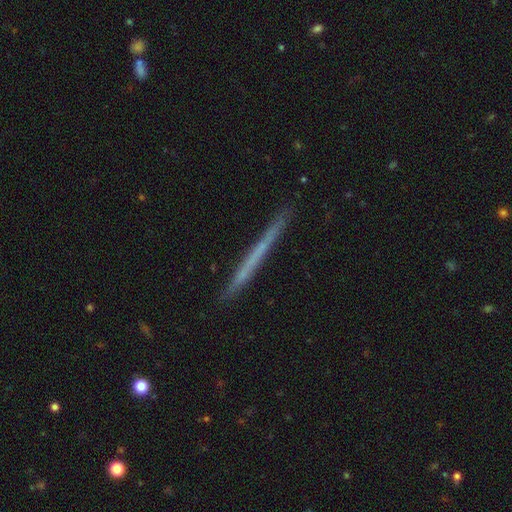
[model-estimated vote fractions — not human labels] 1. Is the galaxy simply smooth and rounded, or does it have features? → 48% featured or disk, 46% smooth, 6% star or artifact.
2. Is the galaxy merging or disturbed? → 89% none, 8% minor disturbance, 1% major disturbance, 1% merger.